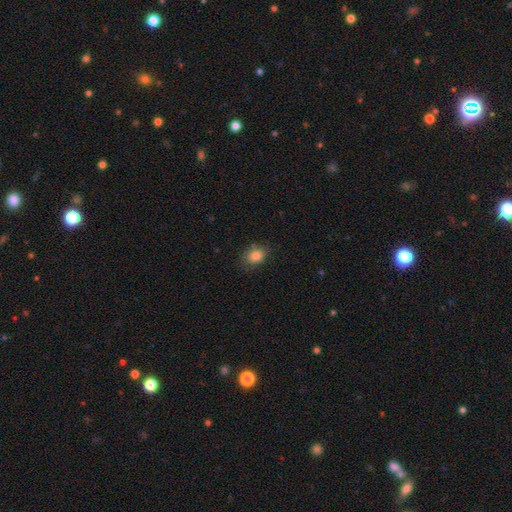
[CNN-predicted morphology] Smooth or featured?
  - smooth: 84% *
  - star or artifact: 9%
  - featured or disk: 7%
How rounded?
  - in between: 65% *
  - round: 34%
  - cigar-shaped: 1%
Merging?
  - none: 73% *
  - minor disturbance: 19%
  - major disturbance: 5%
  - merger: 3%